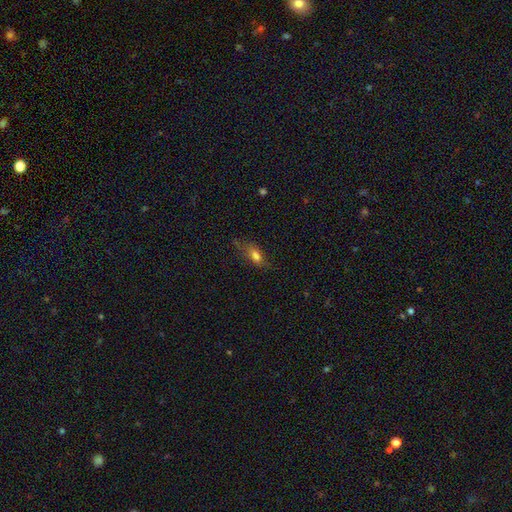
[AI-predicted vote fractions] The model was most divided on "merging": none: 57%, minor disturbance: 25%, major disturbance: 14%, merger: 4%. More confident: how rounded — in between (74%); smooth or featured — smooth (68%).